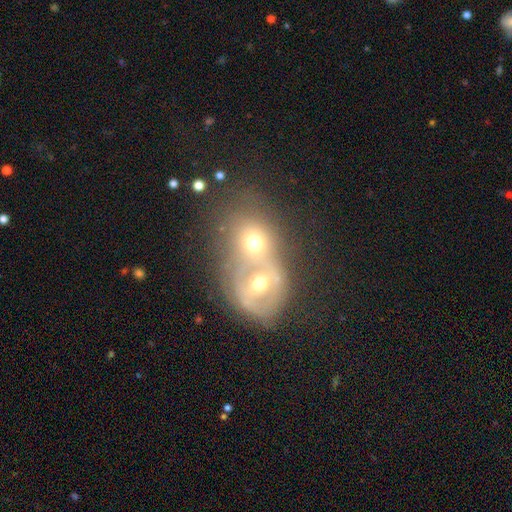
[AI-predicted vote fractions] The model was most divided on "smooth or featured": featured or disk: 45%, smooth: 40%, star or artifact: 15%. More confident: merging — merger (79%).